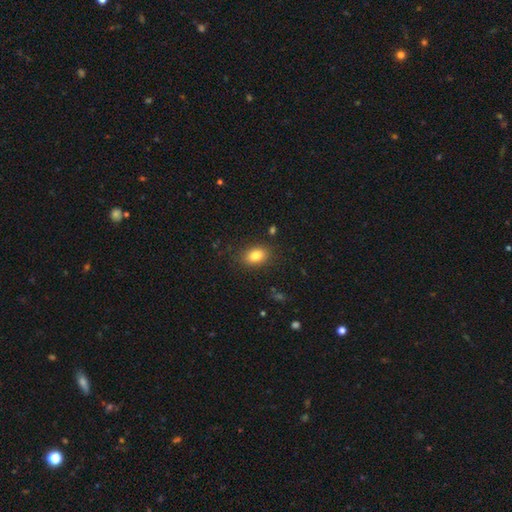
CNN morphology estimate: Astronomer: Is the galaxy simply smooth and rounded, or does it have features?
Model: smooth — 84%.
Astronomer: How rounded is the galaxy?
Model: in between — 79%.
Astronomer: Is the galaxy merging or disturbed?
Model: none — 85%.